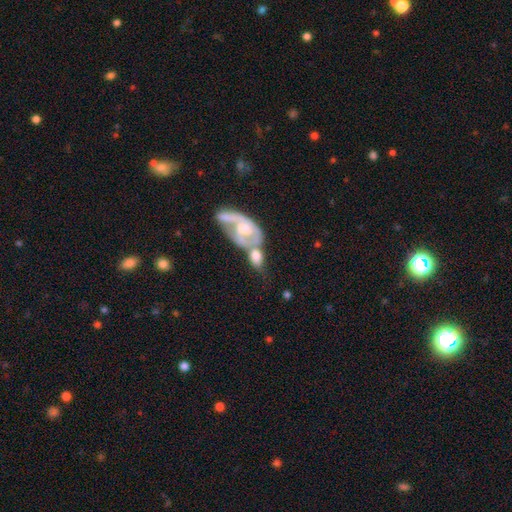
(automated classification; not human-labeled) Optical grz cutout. It shows a smooth galaxy with no disk features (49%). Merging: merger (62%).